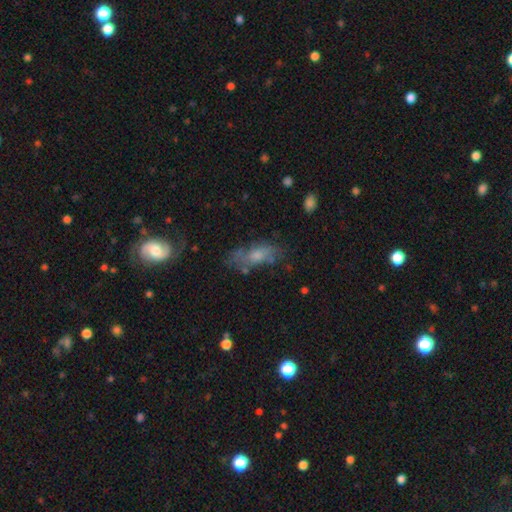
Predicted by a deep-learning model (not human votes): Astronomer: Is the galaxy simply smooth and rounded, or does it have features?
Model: smooth — 44%, tied with featured or disk at 44%.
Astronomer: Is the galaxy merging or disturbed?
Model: none — 53%.